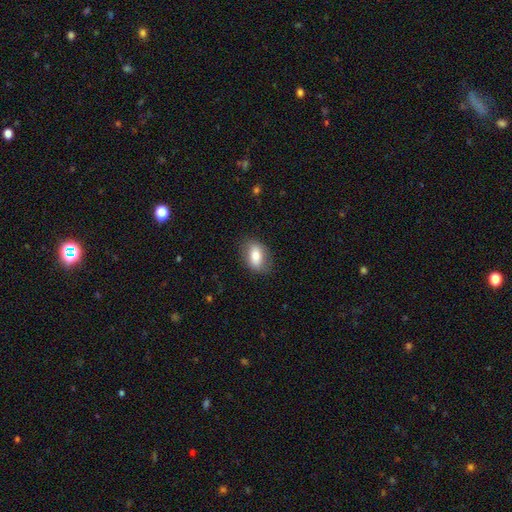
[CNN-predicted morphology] This appears to be a smooth galaxy with no disk features (76%) that is in between round and cigar-shaped (85%). Merging: none (82%).